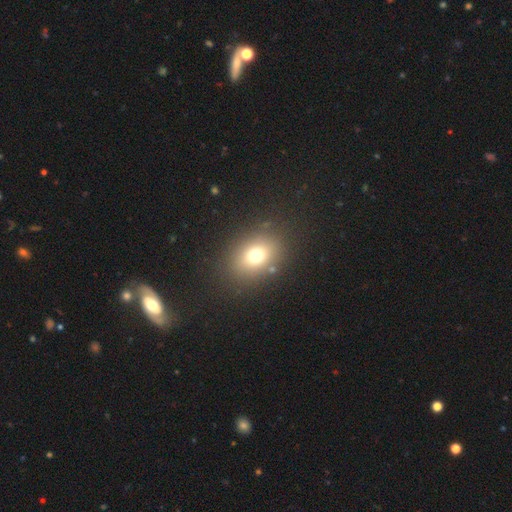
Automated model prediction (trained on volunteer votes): A smooth galaxy with no disk features (71%) that is in between round and cigar-shaped (55%). Merging: none (84%).